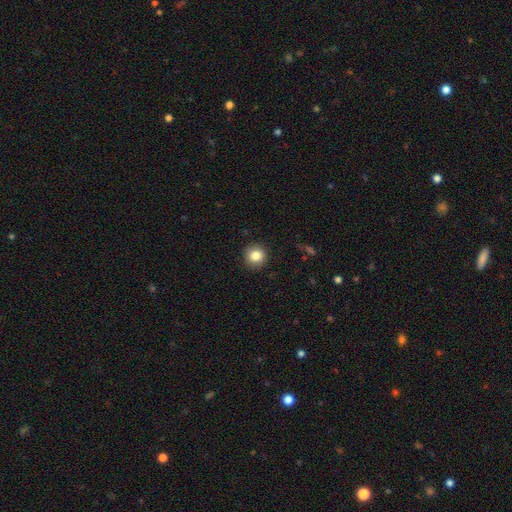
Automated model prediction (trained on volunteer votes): This appears to be a smooth galaxy with no disk features (84%) that is round (92%). Merging: none (91%).